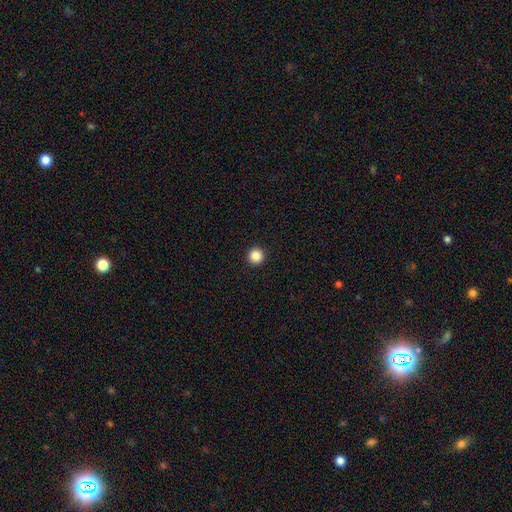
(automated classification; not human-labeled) A smooth galaxy with no disk features (86%) that is round (97%).

Vote fractions:
- Smooth or featured? smooth: 86% / star or artifact: 11% / featured or disk: 3%
- How rounded? round: 97% / in between: 2% / cigar-shaped: 1%
- Merging? none: 94% / minor disturbance: 3% / major disturbance: 1% / merger: 1%